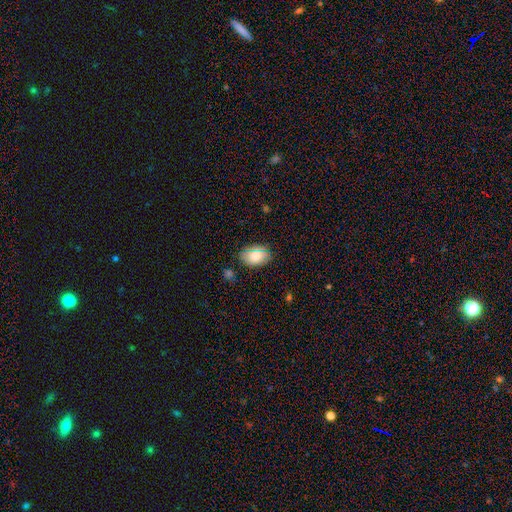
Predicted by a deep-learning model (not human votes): Overall: smooth (84%). How rounded: in between (87%). Merging: none (78%).